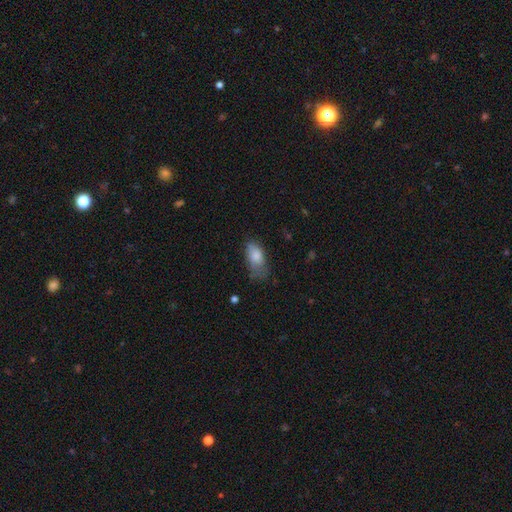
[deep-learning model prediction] This appears to be a smooth galaxy with no disk features (80%) that is in between round and cigar-shaped (90%). Merging: none (45%).